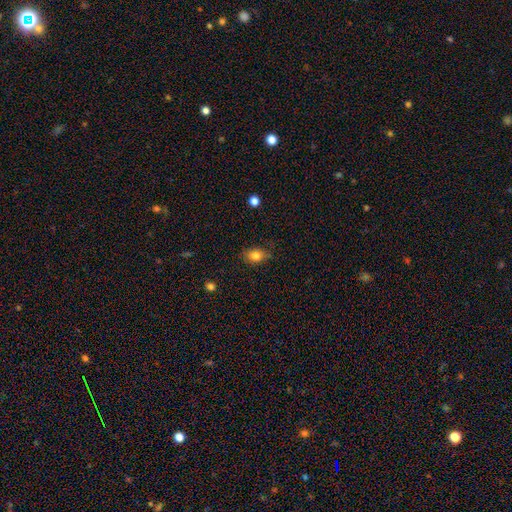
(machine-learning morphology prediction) Smooth or featured? smooth (81%)
How rounded? in between (67%)
Merging? none (78%)